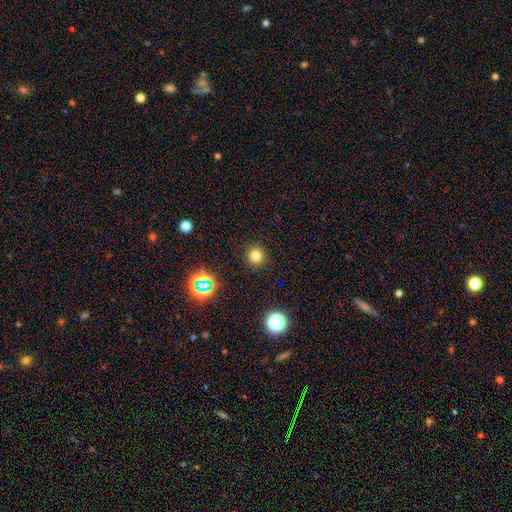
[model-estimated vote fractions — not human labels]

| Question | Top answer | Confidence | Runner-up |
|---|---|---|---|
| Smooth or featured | smooth | 75% | star or artifact (19%) |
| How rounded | round | 95% | in between (4%) |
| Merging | none | 91% | minor disturbance (6%) |